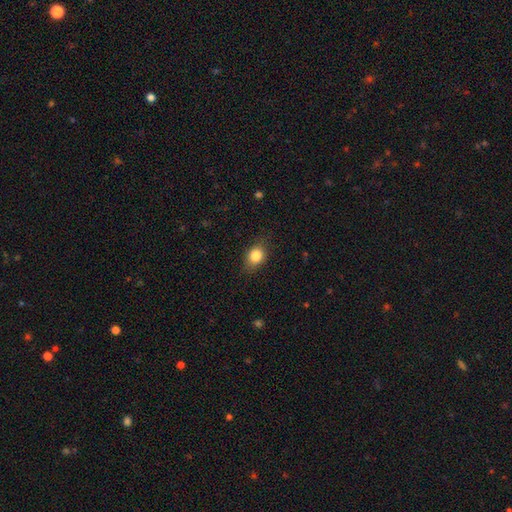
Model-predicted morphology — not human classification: type=smooth (84%); roundness=in between (55%); merging=none (79%).